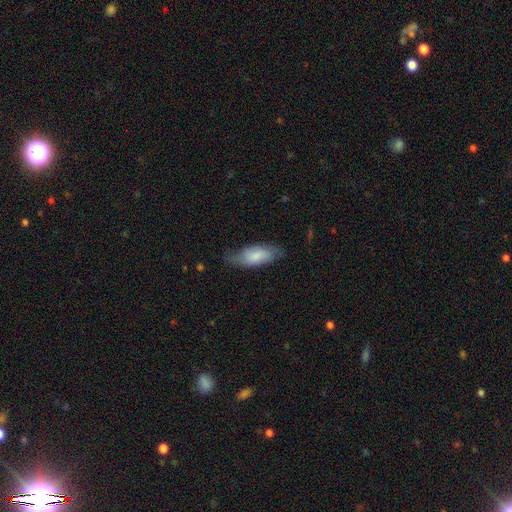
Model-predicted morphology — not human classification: smooth-or-featured: smooth: 77% | featured or disk: 17% | star or artifact: 6%
  how-rounded: in between: 81% | cigar-shaped: 17% | round: 2%
  merging: none: 65% | minor disturbance: 27% | major disturbance: 7% | merger: 1%